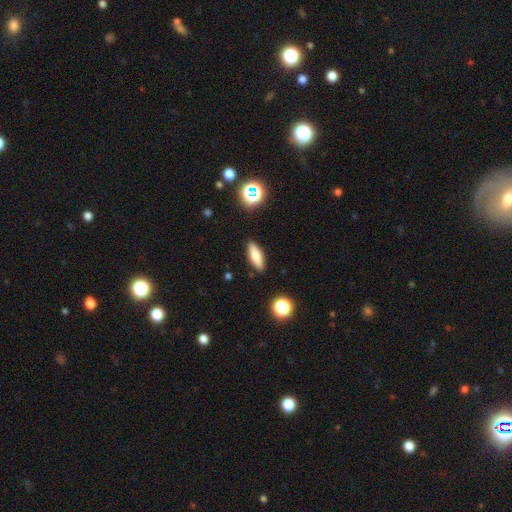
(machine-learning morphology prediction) This appears to be a smooth galaxy with no disk features (71%) that is in between round and cigar-shaped (56%). Merging: none (88%).